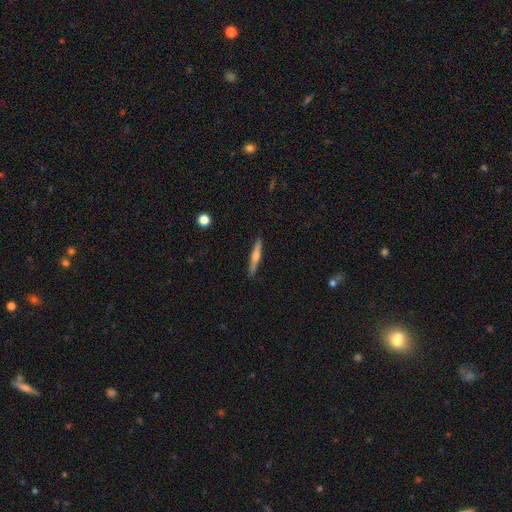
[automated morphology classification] This is likely a featured or disk galaxy (61%). It is clearly viewed edge-on (97%). Edge-on bulge: clearly rounded (82%). Merging: clearly none (90%).